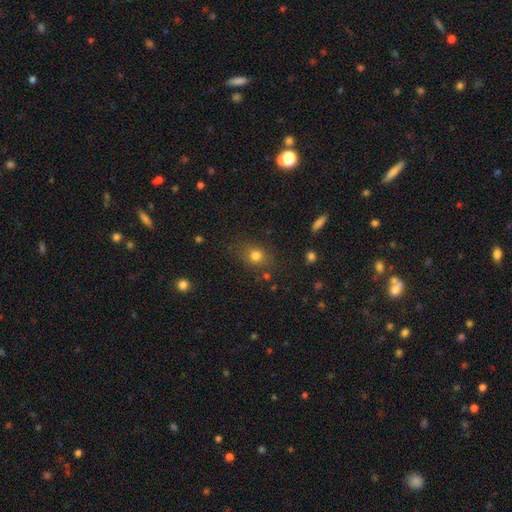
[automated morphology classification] Smooth or featured: smooth — 79% (star or artifact — 14%)
How rounded: round — 70% (in between — 28%)
Merging: none — 81% (minor disturbance — 12%)